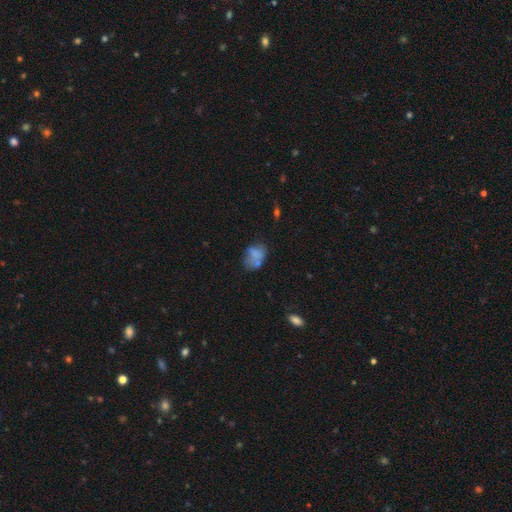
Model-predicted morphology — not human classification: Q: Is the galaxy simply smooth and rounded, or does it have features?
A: smooth — 67%.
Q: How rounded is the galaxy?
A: in between — 75%.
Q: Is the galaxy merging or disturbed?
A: none — 41%.